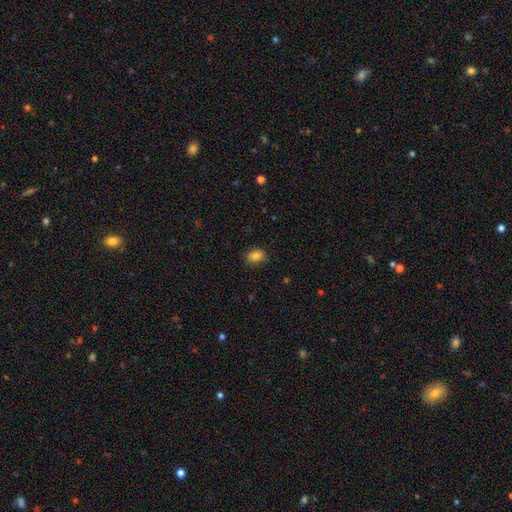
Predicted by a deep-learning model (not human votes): A smooth galaxy with no disk features (83%) that is in between round and cigar-shaped (76%).

Vote fractions:
- Smooth or featured? smooth: 83% / star or artifact: 9% / featured or disk: 7%
- How rounded? in between: 76% / round: 23% / cigar-shaped: 1%
- Merging? none: 85% / minor disturbance: 11% / major disturbance: 2% / merger: 1%